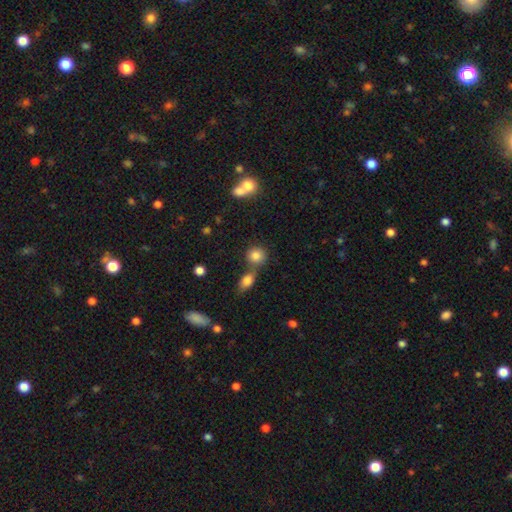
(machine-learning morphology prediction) Smooth or featured?
  - smooth: 82% *
  - star or artifact: 10%
  - featured or disk: 8%
How rounded?
  - round: 80% *
  - in between: 18%
  - cigar-shaped: 2%
Merging?
  - none: 59% *
  - merger: 28%
  - minor disturbance: 9%
  - major disturbance: 4%